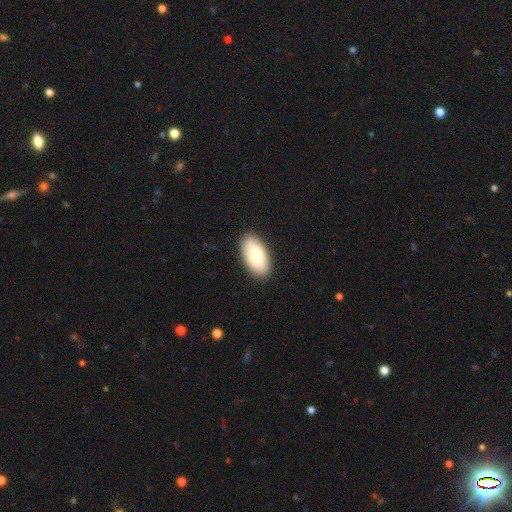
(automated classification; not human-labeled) smooth 77%, featured or disk 17%, star or artifact 6%. Down the decision tree: how rounded — in between (94%); merging — none (88%).